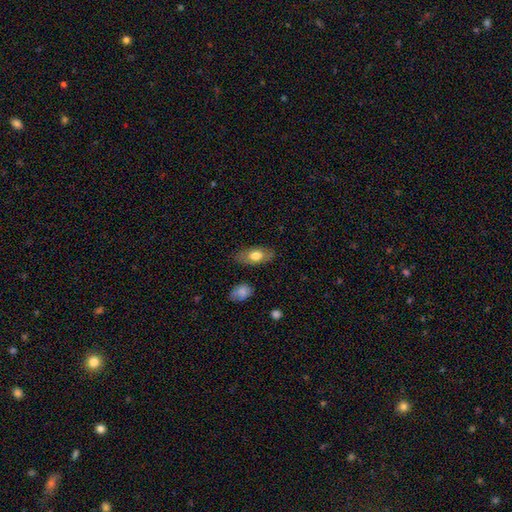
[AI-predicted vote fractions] Smooth or featured? smooth (69%)
How rounded? in between (87%)
Merging? none (80%)